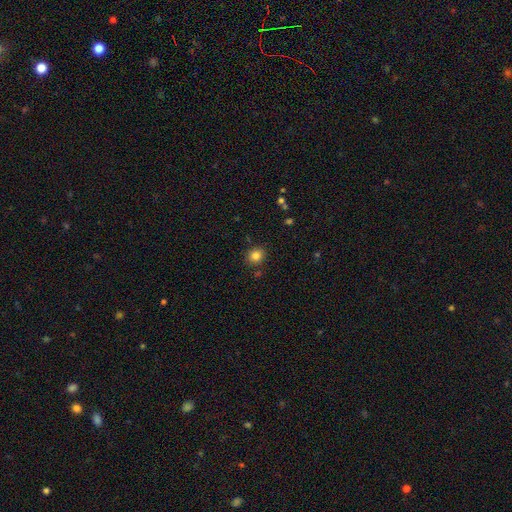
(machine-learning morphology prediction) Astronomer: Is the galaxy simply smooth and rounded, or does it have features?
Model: smooth — 83%.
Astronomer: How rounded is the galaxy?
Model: round — 81%.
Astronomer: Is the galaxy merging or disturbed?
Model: none — 85%.